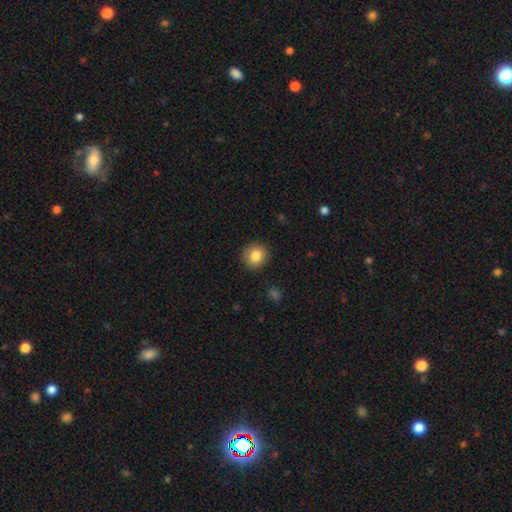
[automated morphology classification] type=smooth (84%); roundness=round (87%); merging=none (90%).